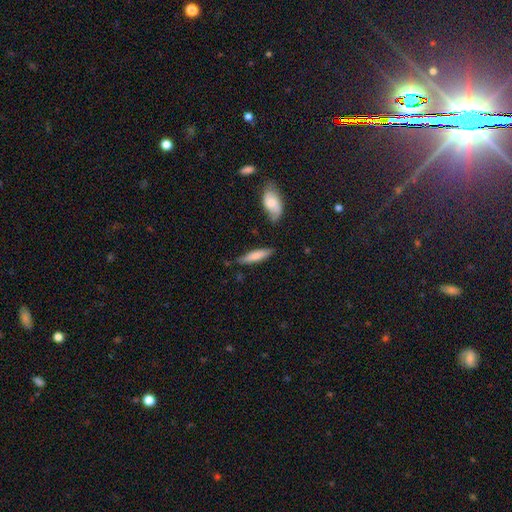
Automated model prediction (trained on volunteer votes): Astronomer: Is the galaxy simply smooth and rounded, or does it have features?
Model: smooth — 73%.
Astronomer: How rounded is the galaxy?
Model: cigar-shaped — 75%.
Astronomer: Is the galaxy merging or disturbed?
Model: none — 76%.